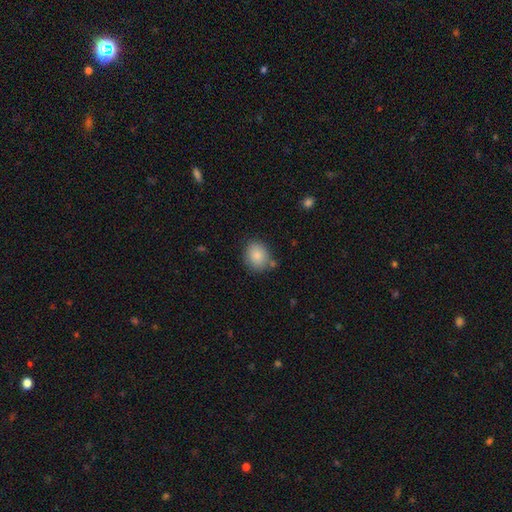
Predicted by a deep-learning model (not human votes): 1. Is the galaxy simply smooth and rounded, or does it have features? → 86% smooth, 8% star or artifact, 6% featured or disk.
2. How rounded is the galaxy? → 59% round, 40% in between, 1% cigar-shaped.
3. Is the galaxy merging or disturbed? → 75% none, 15% minor disturbance, 6% merger, 4% major disturbance.